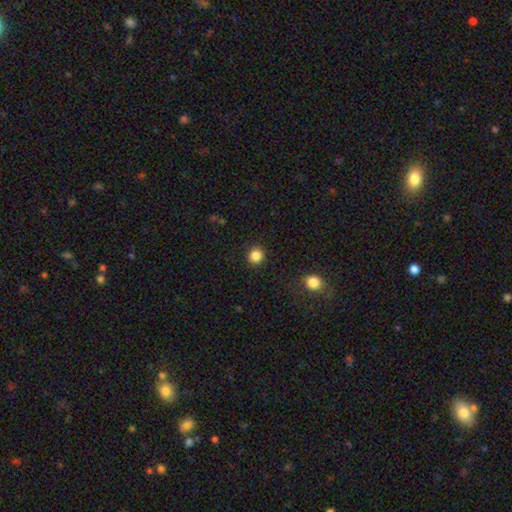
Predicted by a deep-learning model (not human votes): A smooth galaxy with no disk features (85%) that is round (91%). Merging: none (91%).